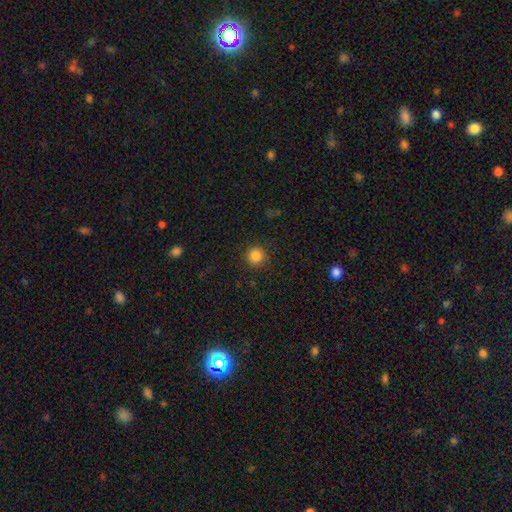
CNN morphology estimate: Smooth or featured? smooth (85%)
How rounded? round (94%)
Merging? none (89%)